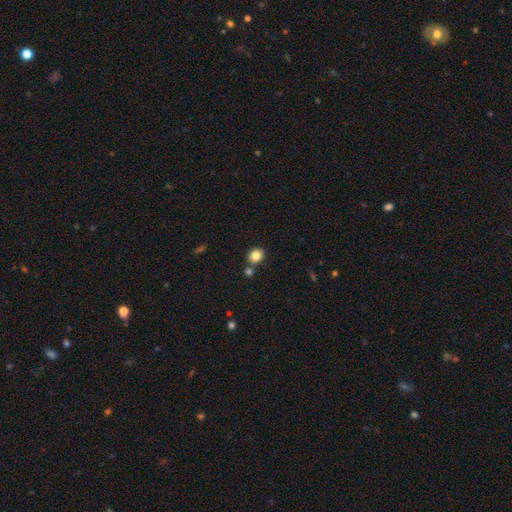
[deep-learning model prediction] The model was most divided on "how rounded": round: 71%, in between: 28%, cigar-shaped: 1%. More confident: smooth or featured — smooth (83%); merging — none (74%).